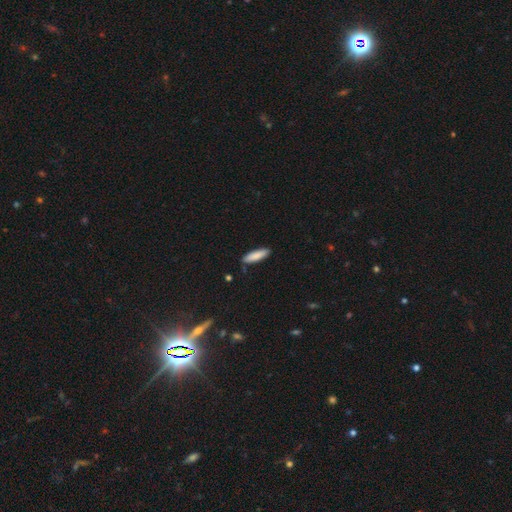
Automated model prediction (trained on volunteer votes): Q: Smooth or featured?
A: smooth (86%); runner-up: featured or disk (8%)
Q: How rounded?
A: cigar-shaped (62%); runner-up: in between (37%)
Q: Merging?
A: none (86%); runner-up: minor disturbance (11%)